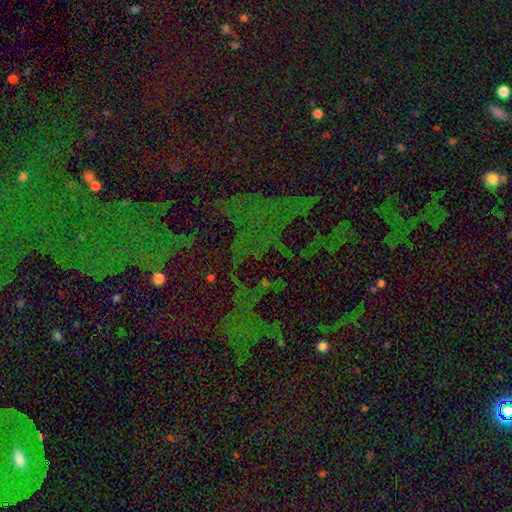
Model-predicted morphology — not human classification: This appears to be a star or artifact, not a galaxy (78%).